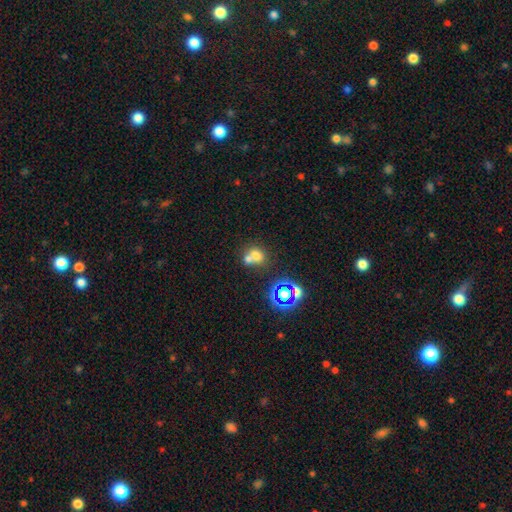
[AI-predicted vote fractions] A smooth galaxy with no disk features (68%) that is round (68%). Merging: merger (49%).